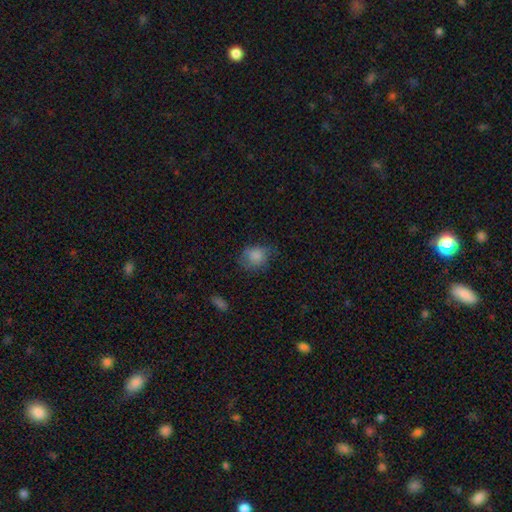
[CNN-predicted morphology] type=smooth (81%); roundness=round (60%); merging=none (58%).